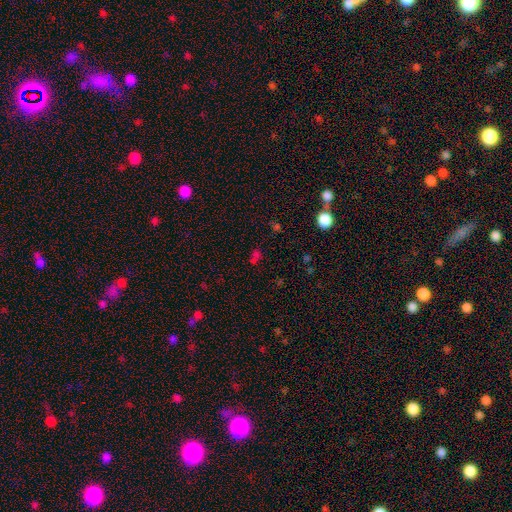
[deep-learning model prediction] Morphology: type=smooth (47%); merging=none (58%).